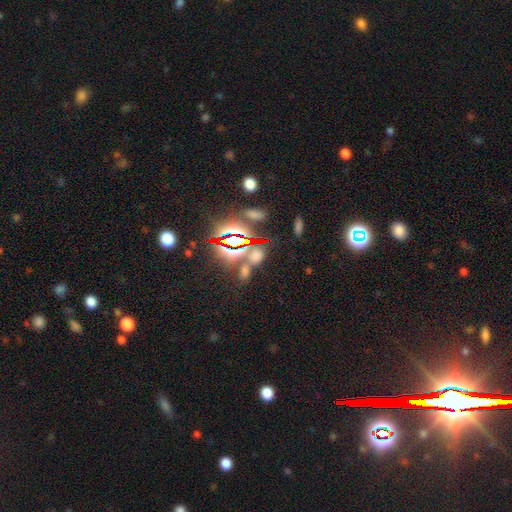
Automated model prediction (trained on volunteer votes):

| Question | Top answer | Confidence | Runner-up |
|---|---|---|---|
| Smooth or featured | star or artifact | 50% | smooth (41%) |